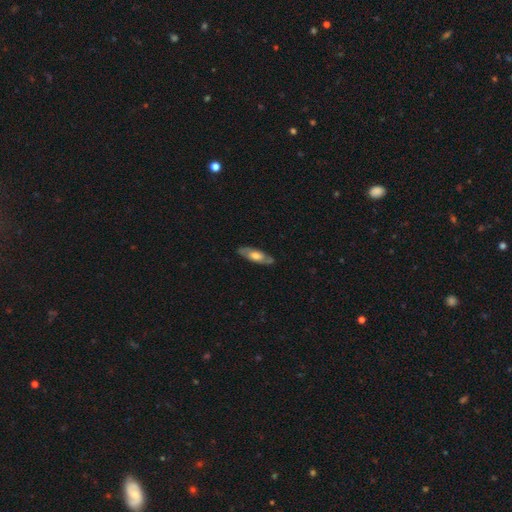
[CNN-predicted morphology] Smooth or featured?
  - featured or disk: 56% *
  - smooth: 38%
  - star or artifact: 6%
Edge-on disk?
  - no: 68% *
  - yes: 32%
Merging?
  - none: 82% *
  - minor disturbance: 14%
  - major disturbance: 3%
  - merger: 1%